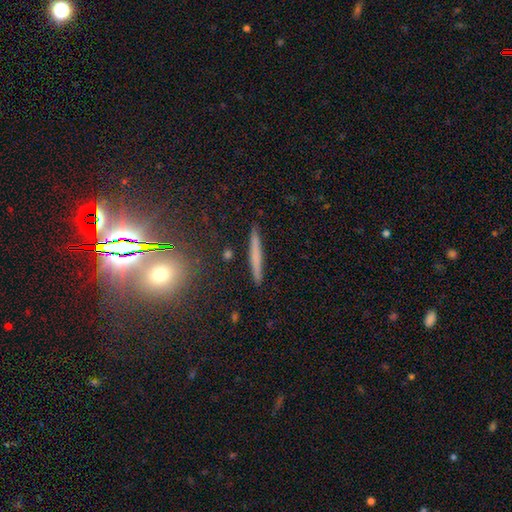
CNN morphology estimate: type=smooth (58%); roundness=cigar-shaped (95%); merging=none (89%).